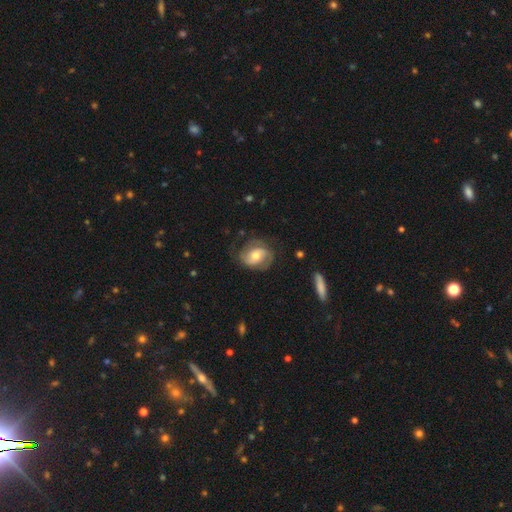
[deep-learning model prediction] smooth-or-featured: featured or disk: 69% | smooth: 24% | star or artifact: 6%
  disk-edge-on: no: 97% | yes: 3%
    bar: no: 50% | weak: 36% | strong: 14%
    has-spiral-arms: yes: 88% | no: 12%
      spiral-winding: medium: 44% | tight: 35% | loose: 21%
      spiral-arm-count: 2: 77% | can't tell: 12% | 3: 4% | 1: 4% | 4: 1% | more than 4: 1%
    bulge-size: moderate: 68% | small: 21% | large: 8% | none: 1% | dominant: 1%
  merging: none: 68% | minor disturbance: 19% | major disturbance: 11% | merger: 1%